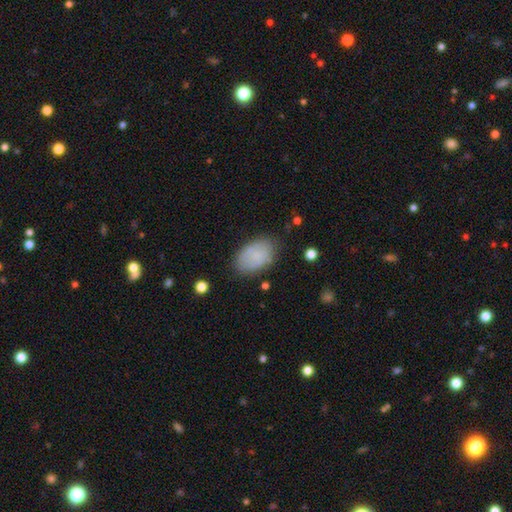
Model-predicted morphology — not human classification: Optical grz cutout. It shows a smooth galaxy with no disk features (74%) that is in between round and cigar-shaped (89%). Merging: none (74%).